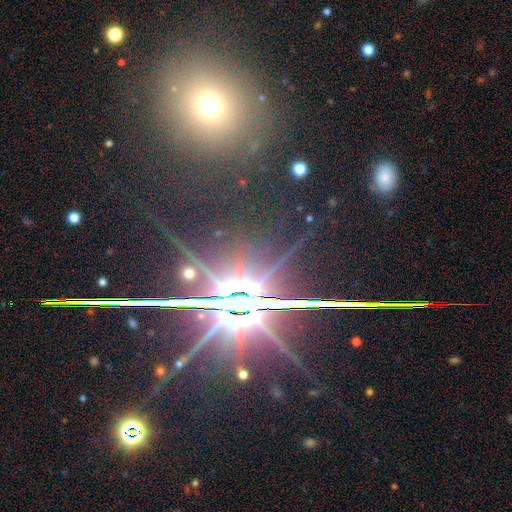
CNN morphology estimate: Smooth or featured: star or artifact — 74% (featured or disk — 17%)